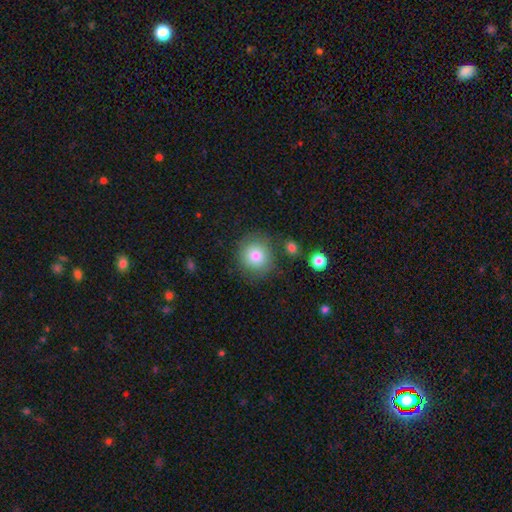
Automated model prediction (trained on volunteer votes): Q: Smooth or featured?
A: smooth (80%); runner-up: featured or disk (10%)
Q: How rounded?
A: round (89%); runner-up: in between (10%)
Q: Merging?
A: none (80%); runner-up: minor disturbance (12%)